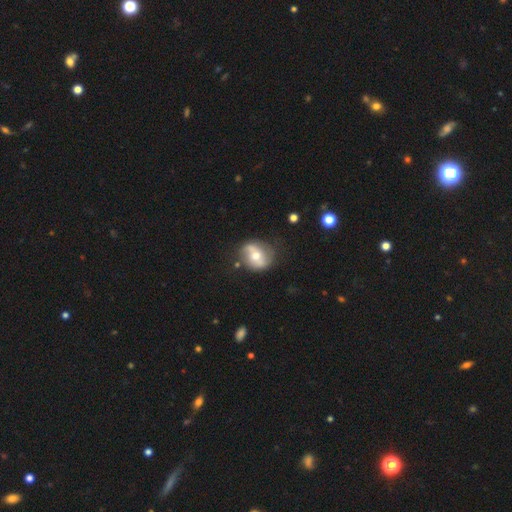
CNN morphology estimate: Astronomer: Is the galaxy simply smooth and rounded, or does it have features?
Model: featured or disk — 65%.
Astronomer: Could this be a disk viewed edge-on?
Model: no — 96%.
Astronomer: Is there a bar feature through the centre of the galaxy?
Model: no — 44% (runner-up: weak, 33%).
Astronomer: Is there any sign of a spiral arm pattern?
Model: yes — 79%.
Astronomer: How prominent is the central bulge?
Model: moderate — 67%.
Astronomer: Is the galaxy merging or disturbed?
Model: none — 74%.